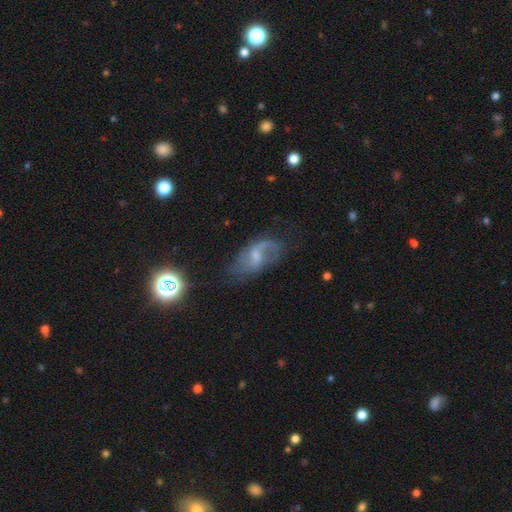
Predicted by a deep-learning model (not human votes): The model was most divided on "bar": weak: 52%, no: 35%, strong: 13%. More confident: edge-on disk — no (94%); spiral arms — yes (80%); smooth or featured — featured or disk (65%); merging — none (54%); bulge size — small (51%).